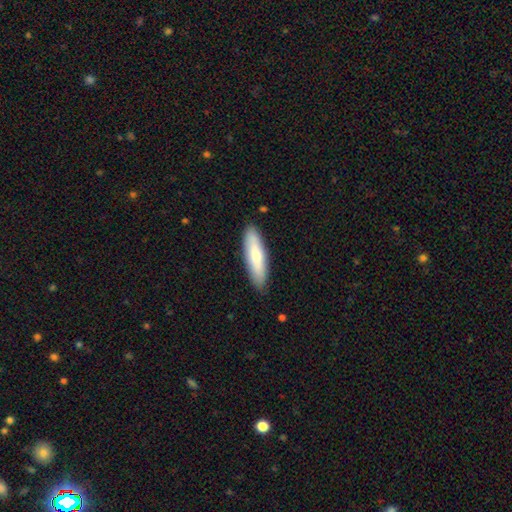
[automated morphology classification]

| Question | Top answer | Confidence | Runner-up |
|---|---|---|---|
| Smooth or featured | smooth | 70% | featured or disk (24%) |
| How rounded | cigar-shaped | 62% | in between (36%) |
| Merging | none | 87% | minor disturbance (10%) |